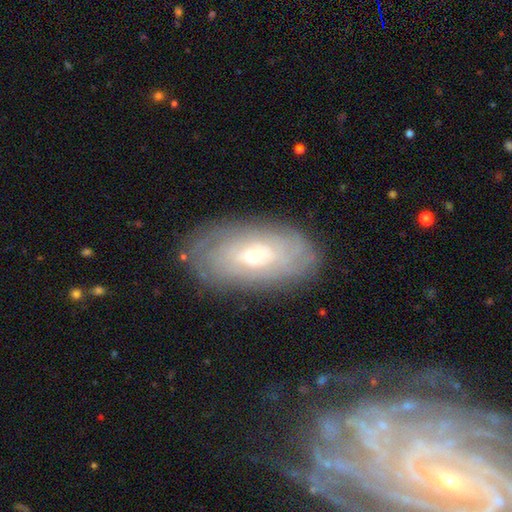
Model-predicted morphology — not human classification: The model was most divided on "bar": no: 54%, weak: 37%, strong: 9%. More confident: edge-on disk — no (91%); merging — none (82%); spiral arms — yes (79%); smooth or featured — featured or disk (65%); bulge size — small (56%).